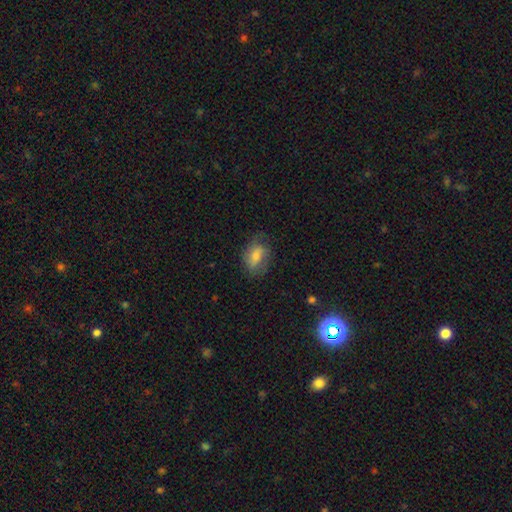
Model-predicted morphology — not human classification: Smooth or featured? Predicted: smooth (p=0.63). How rounded? Predicted: in between (p=0.77). Merging? Predicted: none (p=0.68).